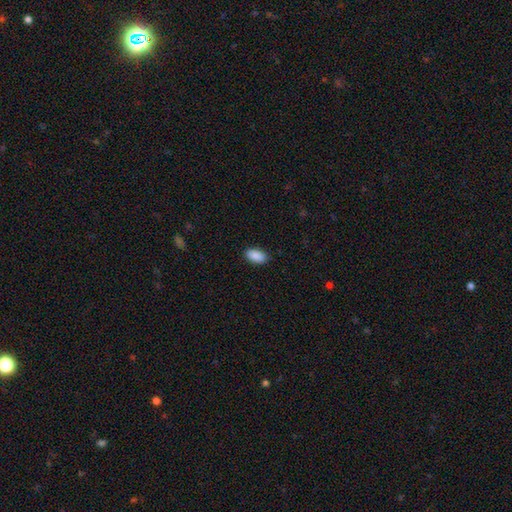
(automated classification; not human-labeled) This is clearly a smooth galaxy (90%). How rounded: clearly in between (94%). Merging: clearly none (88%).